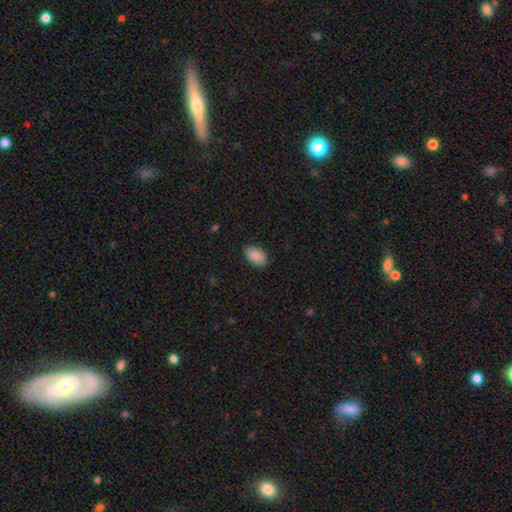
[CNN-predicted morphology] Smooth or featured?
  - smooth: 90% *
  - star or artifact: 7%
  - featured or disk: 3%
How rounded?
  - in between: 92% *
  - round: 7%
  - cigar-shaped: 1%
Merging?
  - none: 84% *
  - minor disturbance: 13%
  - major disturbance: 2%
  - merger: 1%